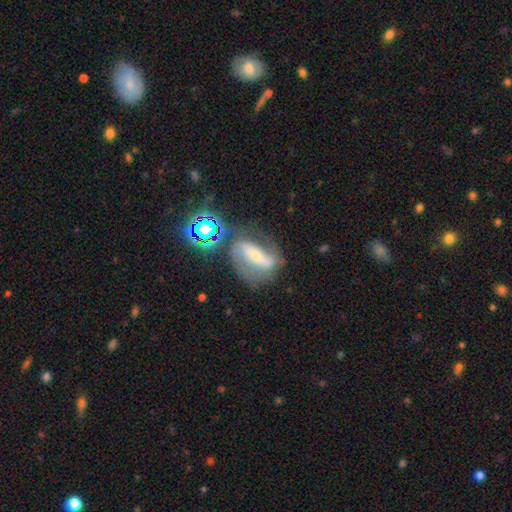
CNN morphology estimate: featured or disk 72%, smooth 16%, star or artifact 11%. Down the decision tree: edge-on disk — no (89%); bar — strong (60%); spiral arms — yes (86%); spiral arm count — 2 (85%); spiral winding — loose (46%); bulge size — small (55%); merging — none (59%).